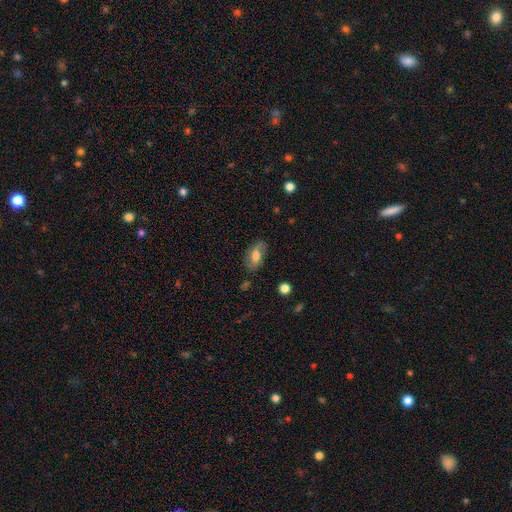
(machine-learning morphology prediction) smooth-or-featured: smooth: 59% | featured or disk: 33% | star or artifact: 8%
  how-rounded: in between: 86% | cigar-shaped: 7% | round: 7%
  merging: none: 74% | minor disturbance: 19% | major disturbance: 5% | merger: 2%